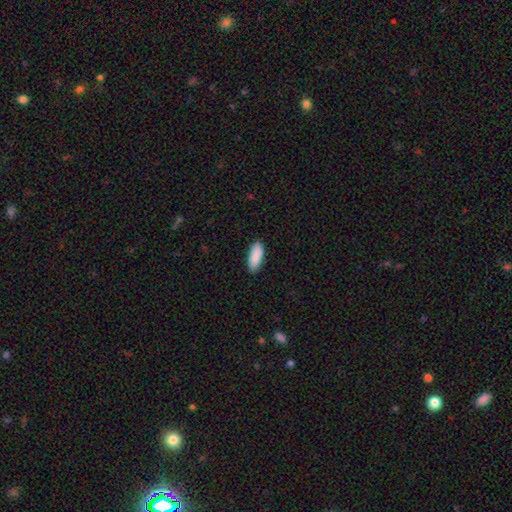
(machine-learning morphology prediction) smooth_or_featured: smooth (p=0.91) [alt: star or artifact p=0.05]
how_rounded: in between (p=0.74) [alt: cigar-shaped p=0.24]
merging: none (p=0.89) [alt: minor disturbance p=0.08]